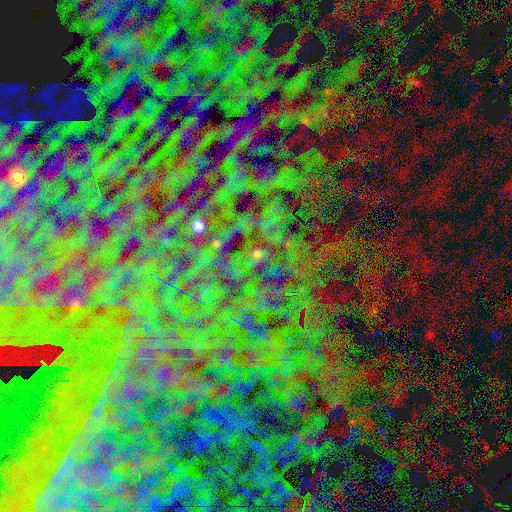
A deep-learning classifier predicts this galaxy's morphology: Smooth or featured?
  - star or artifact: 83% *
  - featured or disk: 9%
  - smooth: 8%